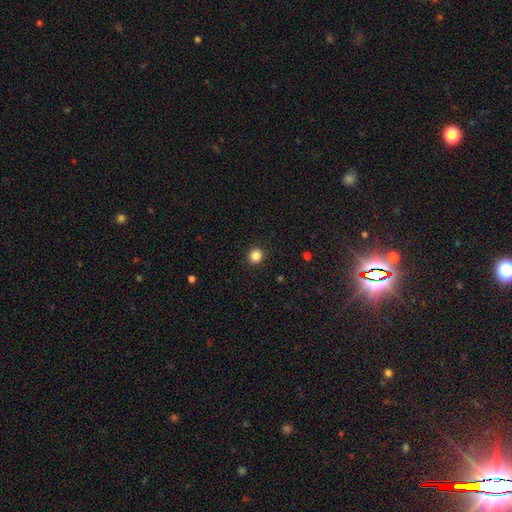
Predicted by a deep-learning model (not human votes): smooth-or-featured: smooth: 85% | star or artifact: 11% | featured or disk: 3%
  how-rounded: round: 91% | in between: 8% | cigar-shaped: 1%
  merging: none: 93% | minor disturbance: 5% | major disturbance: 2% | merger: 1%